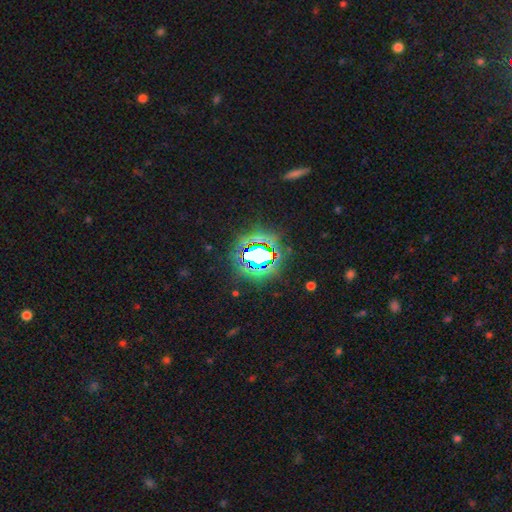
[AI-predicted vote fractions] Smooth or featured? star or artifact (67%)